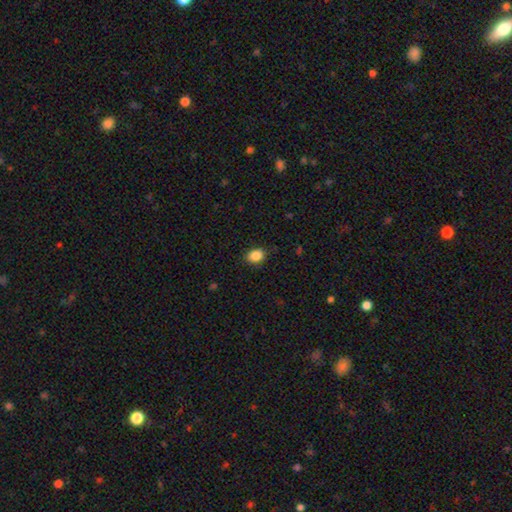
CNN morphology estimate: smooth 87%, star or artifact 9%, featured or disk 4%. Down the decision tree: how rounded — in between (68%); merging — none (88%).